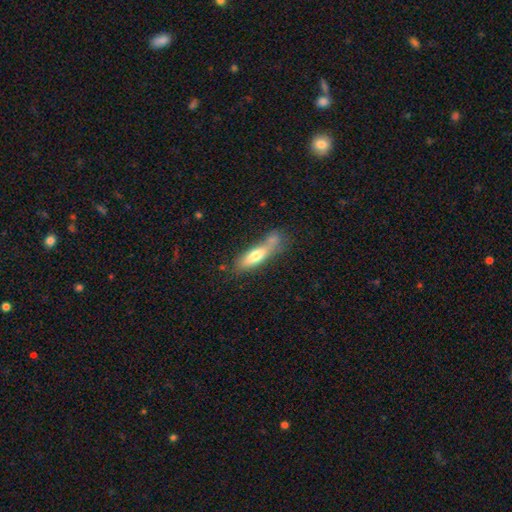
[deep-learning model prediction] This is likely a smooth galaxy (69%). How rounded: possibly cigar-shaped (55%). Merging: marginally none (43%).